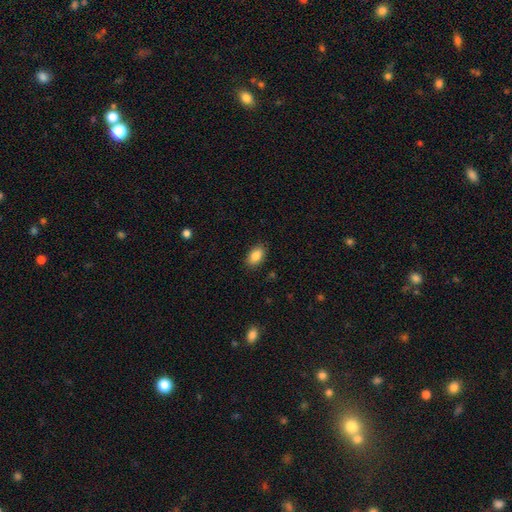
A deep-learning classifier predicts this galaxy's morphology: Smooth or featured: smooth — 86% (star or artifact — 8%)
How rounded: in between — 90% (round — 8%)
Merging: none — 88% (minor disturbance — 9%)